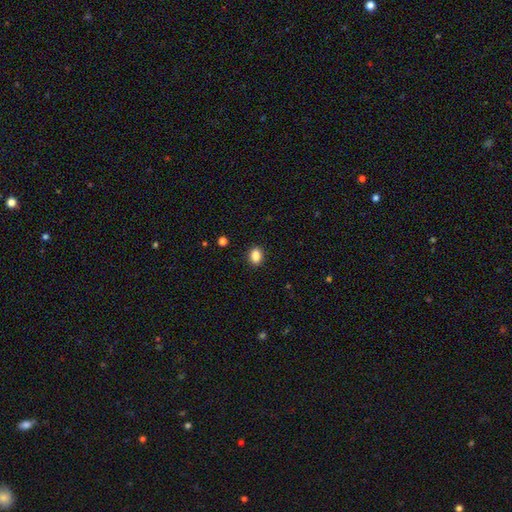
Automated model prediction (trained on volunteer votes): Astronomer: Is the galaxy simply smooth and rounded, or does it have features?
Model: smooth — 86%.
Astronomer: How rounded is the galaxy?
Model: in between — 57% (runner-up: round, 42%).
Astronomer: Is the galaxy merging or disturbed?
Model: none — 91%.